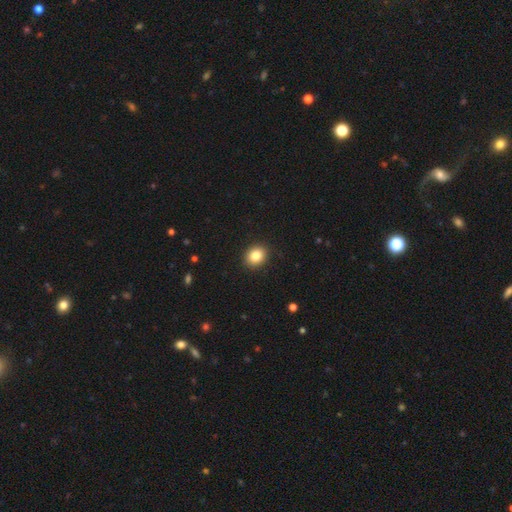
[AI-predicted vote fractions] Smooth or featured?
  - smooth: 84% *
  - star or artifact: 9%
  - featured or disk: 6%
How rounded?
  - round: 58% *
  - in between: 42%
  - cigar-shaped: 1%
Merging?
  - none: 91% *
  - minor disturbance: 6%
  - major disturbance: 2%
  - merger: 1%